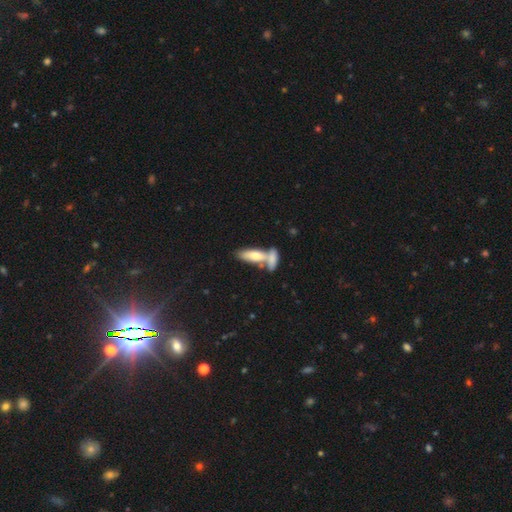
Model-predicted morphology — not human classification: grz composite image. It shows a smooth galaxy with no disk features (70%) that is in between round and cigar-shaped (66%). Merging: merger (51%).